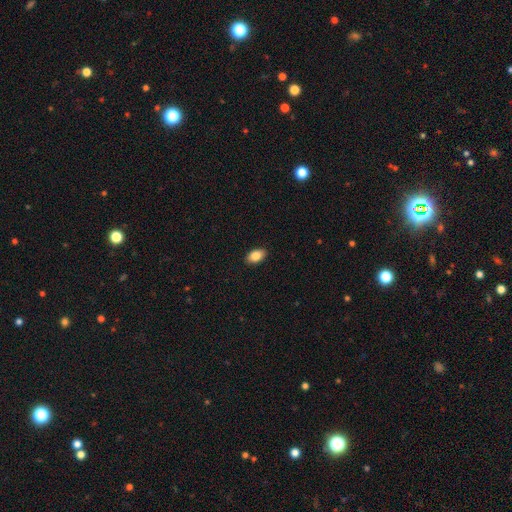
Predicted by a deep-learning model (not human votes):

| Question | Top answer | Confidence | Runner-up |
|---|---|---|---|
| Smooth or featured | smooth | 85% | star or artifact (7%) |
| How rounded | in between | 92% | round (6%) |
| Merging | none | 90% | minor disturbance (7%) |